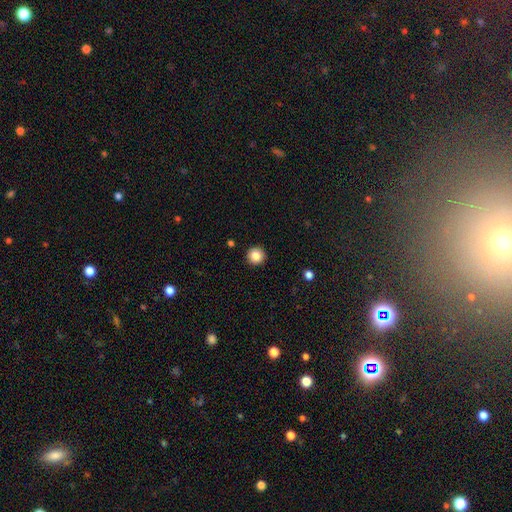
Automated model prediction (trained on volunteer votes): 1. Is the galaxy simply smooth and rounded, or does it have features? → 85% smooth, 10% star or artifact, 5% featured or disk.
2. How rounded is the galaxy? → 96% round, 3% in between, 1% cigar-shaped.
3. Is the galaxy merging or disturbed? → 93% none, 4% minor disturbance, 2% major disturbance, 1% merger.